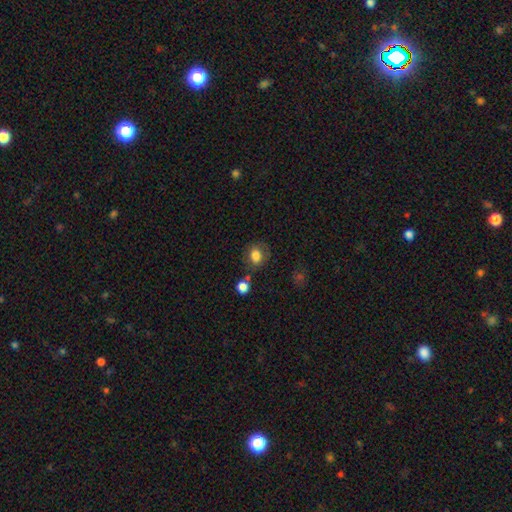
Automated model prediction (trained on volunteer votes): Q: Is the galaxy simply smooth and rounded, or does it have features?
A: smooth — 79%.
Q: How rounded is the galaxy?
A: round — 52%.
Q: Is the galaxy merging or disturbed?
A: none — 65%.